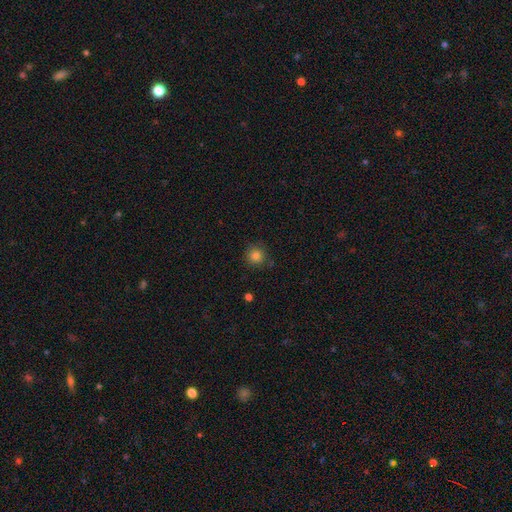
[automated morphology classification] smooth_or_featured: smooth (p=0.83) [alt: star or artifact p=0.12]
how_rounded: round (p=0.94) [alt: in between p=0.05]
merging: none (p=0.84) [alt: minor disturbance p=0.11]